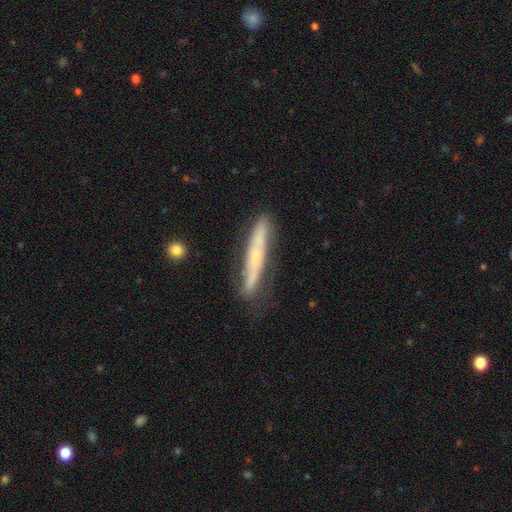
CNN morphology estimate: A featured or disk galaxy (63%) viewed edge-on (74%).

Vote fractions:
- Smooth or featured? featured or disk: 63% / smooth: 31% / star or artifact: 6%
- Edge-on disk? yes: 74% / no: 26%
- Merging? none: 74% / minor disturbance: 19% / major disturbance: 5% / merger: 2%